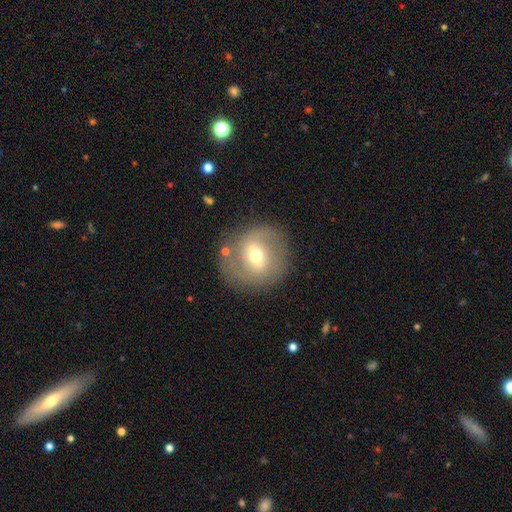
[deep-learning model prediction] Smooth or featured? Predicted: featured or disk (p=0.51). Edge-on disk? Predicted: no (p=0.93). Merging? Predicted: none (p=0.80).